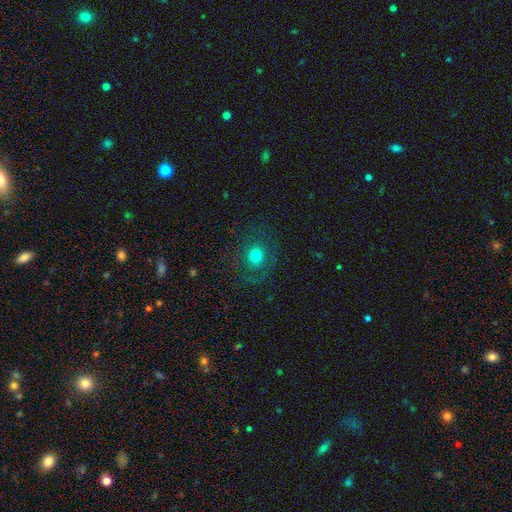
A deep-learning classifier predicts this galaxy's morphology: type=smooth (65%); roundness=round (74%); merging=none (77%).